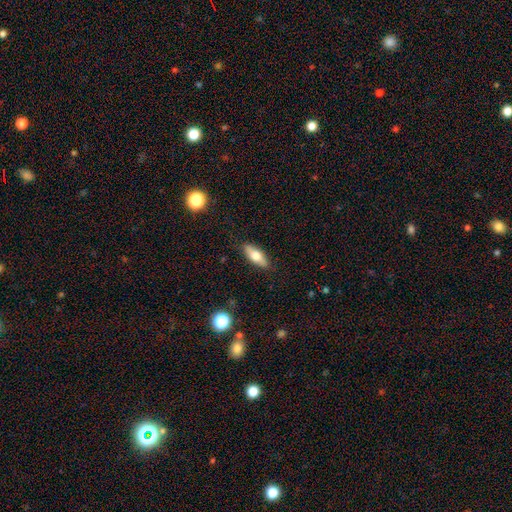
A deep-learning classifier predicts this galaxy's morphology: smooth-or-featured: smooth: 63% | featured or disk: 31% | star or artifact: 7%
  how-rounded: in between: 63% | cigar-shaped: 34% | round: 3%
  merging: none: 86% | minor disturbance: 10% | major disturbance: 2% | merger: 1%